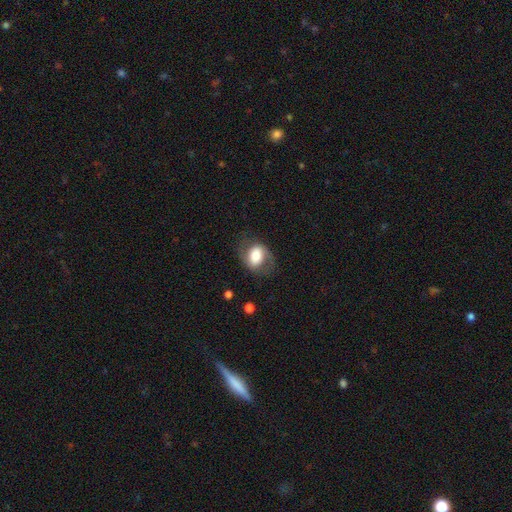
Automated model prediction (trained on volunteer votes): This appears to be a smooth galaxy with no disk features (49%). Merging: none (68%).